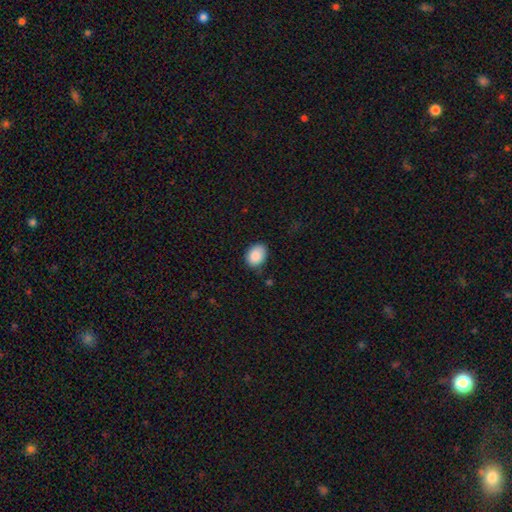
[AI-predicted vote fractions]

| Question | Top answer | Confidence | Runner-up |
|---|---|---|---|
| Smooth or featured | smooth | 89% | star or artifact (8%) |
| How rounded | in between | 65% | round (34%) |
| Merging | none | 76% | minor disturbance (19%) |